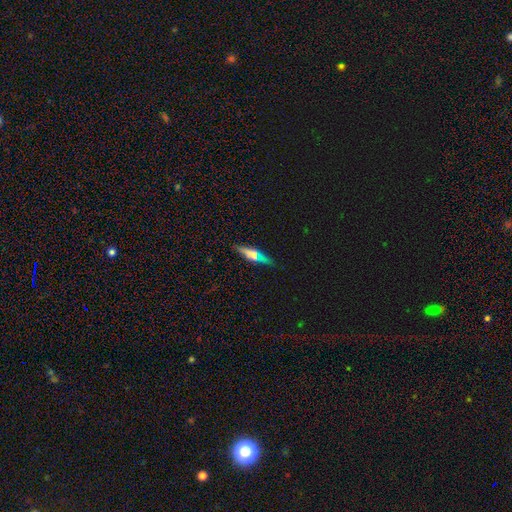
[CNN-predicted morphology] Overall: featured or disk (47%; smooth 43%). Merging: none (88%).